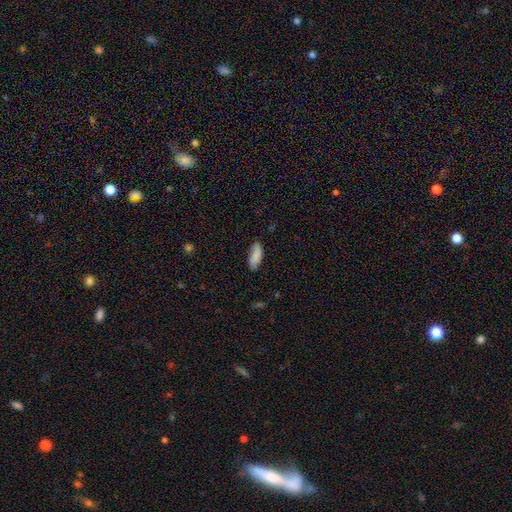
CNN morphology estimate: The model was most divided on "how rounded": in between: 75%, cigar-shaped: 23%, round: 2%. More confident: smooth or featured — smooth (84%); merging — none (74%).